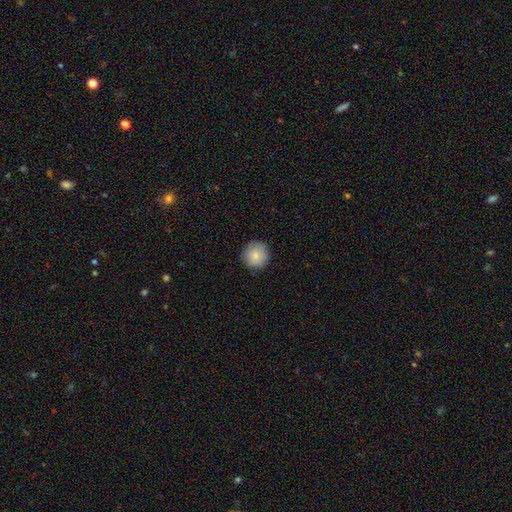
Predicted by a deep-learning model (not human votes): Morphology: type=smooth (84%); roundness=round (95%); merging=none (89%).